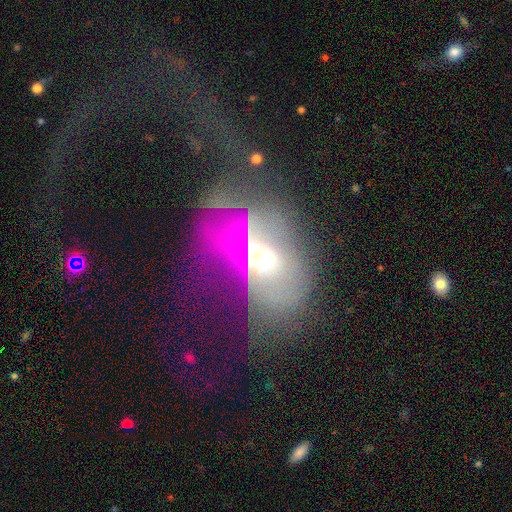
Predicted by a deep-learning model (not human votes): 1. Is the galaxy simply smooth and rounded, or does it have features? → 51% featured or disk, 29% smooth, 20% star or artifact.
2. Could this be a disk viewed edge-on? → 88% no, 12% yes.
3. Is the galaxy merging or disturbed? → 57% major disturbance, 16% merger, 16% none, 11% minor disturbance.